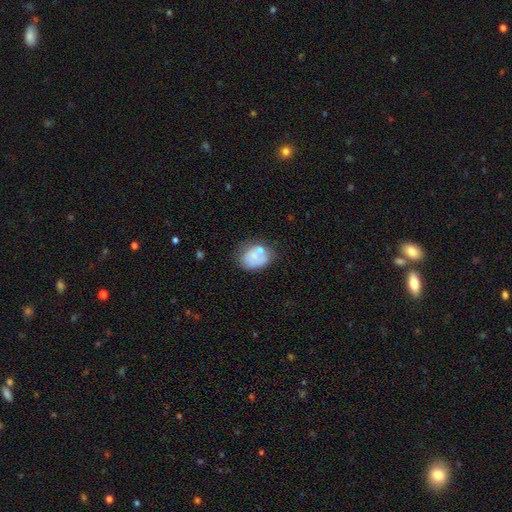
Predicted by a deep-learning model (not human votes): smooth 67%, featured or disk 25%, star or artifact 8%. Down the decision tree: how rounded — in between (61%); merging — none (47%).